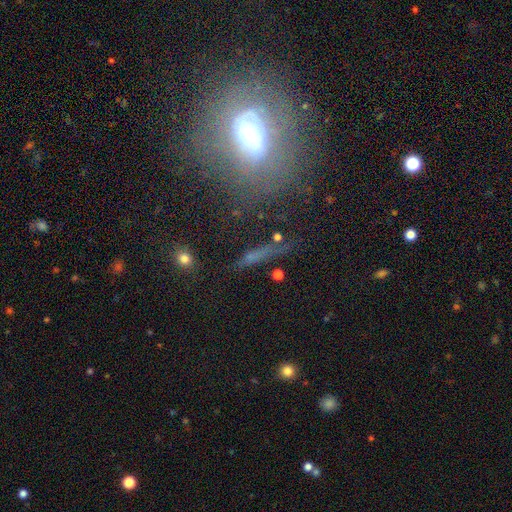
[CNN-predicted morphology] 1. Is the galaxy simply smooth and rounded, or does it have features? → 44% smooth, 33% featured or disk, 23% star or artifact.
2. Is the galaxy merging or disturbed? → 76% none, 13% minor disturbance, 6% major disturbance, 5% merger.